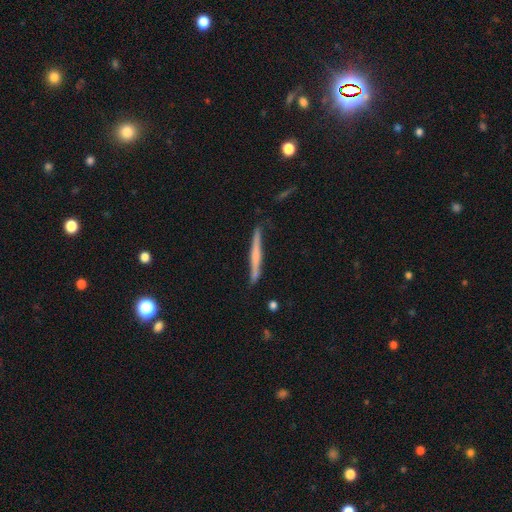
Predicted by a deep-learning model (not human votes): A featured or disk galaxy (53%) viewed edge-on (96%) with no central bulge (53%).

Vote fractions:
- Smooth or featured? featured or disk: 53% / smooth: 41% / star or artifact: 6%
- Edge-on disk? yes: 96% / no: 4%
- Edge-on bulge? none: 53% / rounded: 33% / boxy: 14%
- Merging? none: 82% / minor disturbance: 13% / major disturbance: 2% / merger: 2%